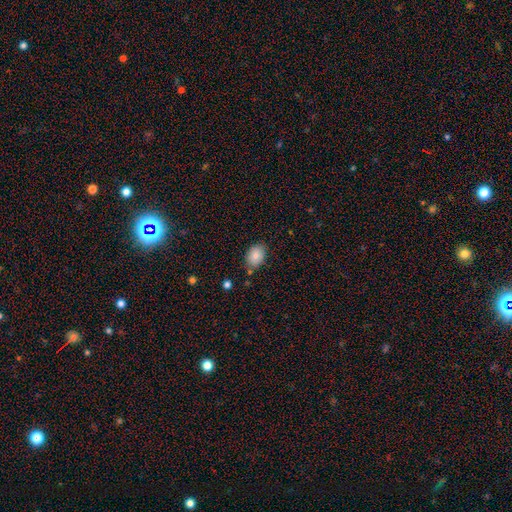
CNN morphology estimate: smooth_or_featured: smooth (p=0.83) [alt: featured or disk p=0.09]
how_rounded: in between (p=0.79) [alt: round p=0.20]
merging: none (p=0.79) [alt: minor disturbance p=0.15]